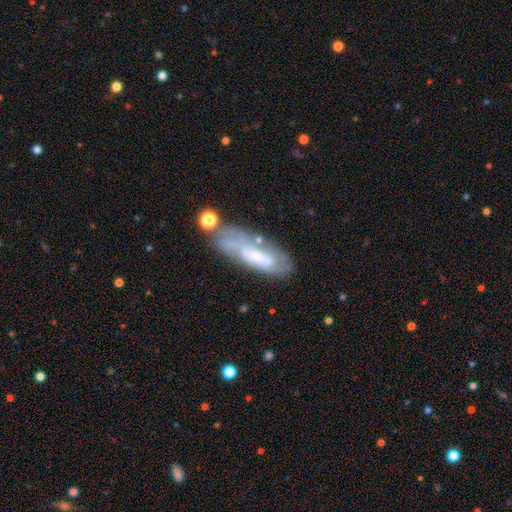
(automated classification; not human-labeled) This appears to be a featured or disk galaxy (55%). Merging: none (48%).